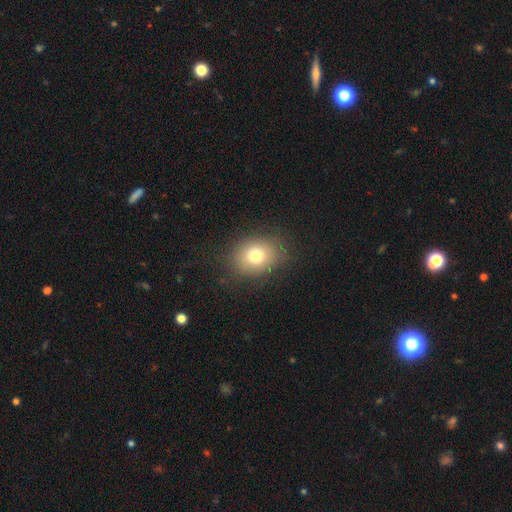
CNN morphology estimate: Overall: smooth (75%). How rounded: round (58%; in between 41%). Merging: none (88%).